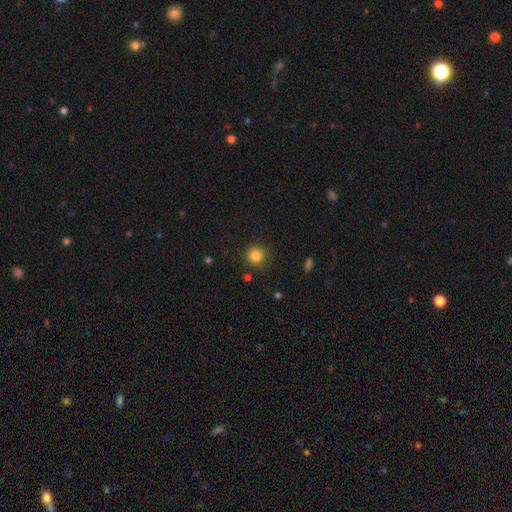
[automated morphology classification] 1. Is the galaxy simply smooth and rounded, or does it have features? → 84% smooth, 12% star or artifact, 5% featured or disk.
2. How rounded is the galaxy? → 93% round, 6% in between, 1% cigar-shaped.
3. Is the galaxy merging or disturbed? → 85% none, 10% minor disturbance, 3% major disturbance, 2% merger.